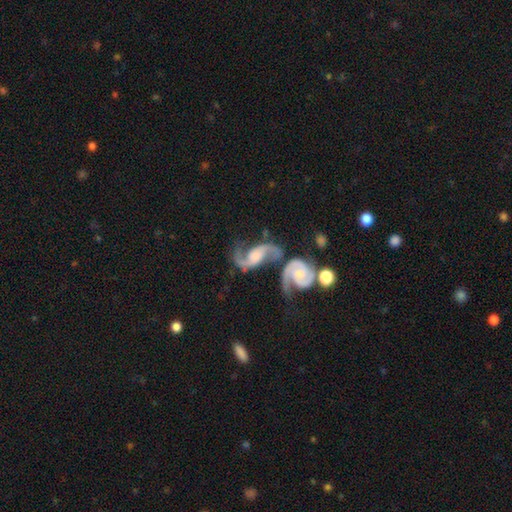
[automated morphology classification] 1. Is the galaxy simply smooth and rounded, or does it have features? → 89% featured or disk, 6% smooth, 5% star or artifact.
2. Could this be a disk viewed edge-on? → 96% no, 4% yes.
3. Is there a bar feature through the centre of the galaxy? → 49% no, 37% weak, 14% strong.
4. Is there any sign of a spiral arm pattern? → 97% yes, 3% no.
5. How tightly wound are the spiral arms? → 56% loose, 36% medium, 8% tight.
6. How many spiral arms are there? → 92% 2, 3% 1, 2% can't tell, 1% 3, 1% 4, 1% more than 4.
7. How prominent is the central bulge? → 34% moderate, 27% small, 19% none, 18% large, 3% dominant.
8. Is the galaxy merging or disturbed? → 41% none, 32% merger, 15% minor disturbance, 11% major disturbance.